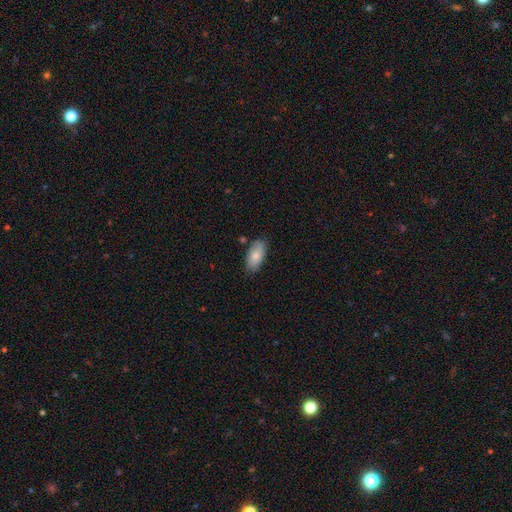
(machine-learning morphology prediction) Overall: smooth (79%). How rounded: in between (91%). Merging: none (78%).